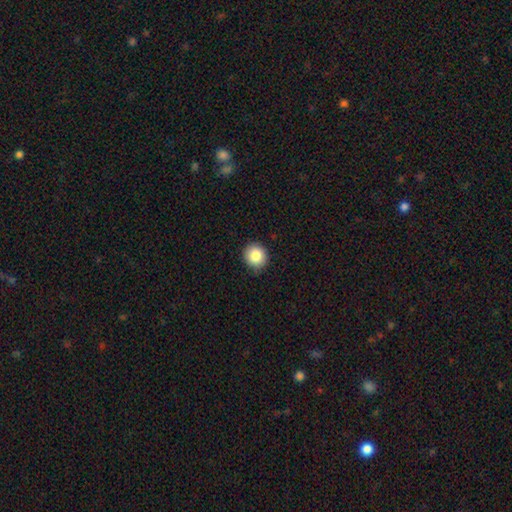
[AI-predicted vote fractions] Smooth or featured?
  - smooth: 85% *
  - star or artifact: 9%
  - featured or disk: 6%
How rounded?
  - round: 90% *
  - in between: 9%
  - cigar-shaped: 1%
Merging?
  - none: 88% *
  - minor disturbance: 9%
  - major disturbance: 2%
  - merger: 1%